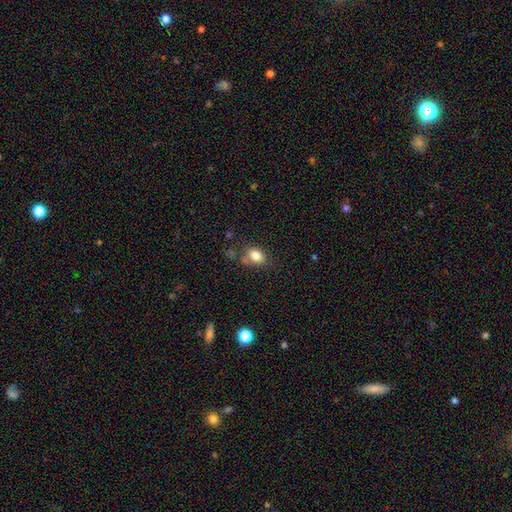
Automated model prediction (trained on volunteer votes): Morphology: type=smooth (82%); roundness=in between (72%); merging=none (62%).